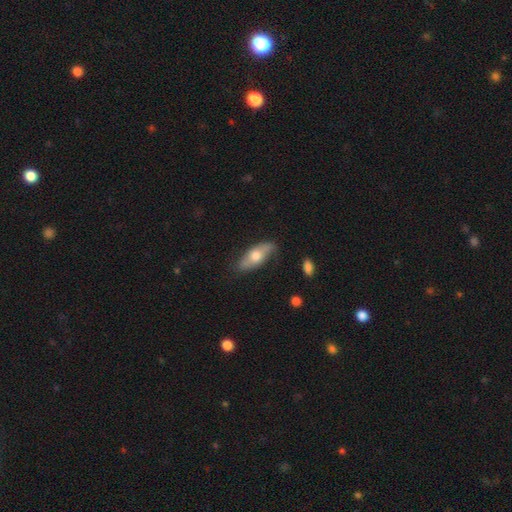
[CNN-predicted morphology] Smooth or featured: smooth — 57% (featured or disk — 37%)
How rounded: in between — 72% (cigar-shaped — 25%)
Merging: none — 76% (minor disturbance — 19%)